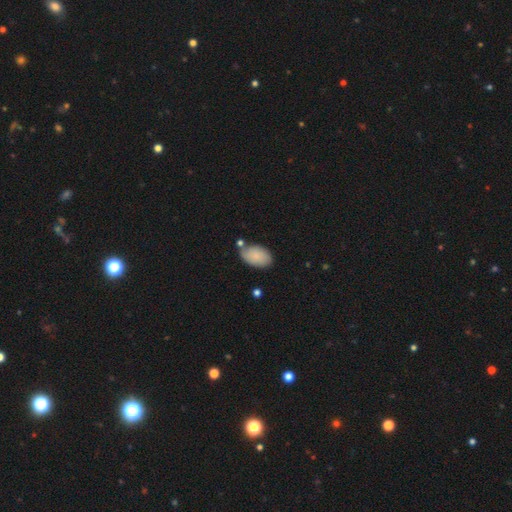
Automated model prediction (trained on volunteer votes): Smooth or featured?
  - smooth: 83% *
  - featured or disk: 11%
  - star or artifact: 6%
How rounded?
  - in between: 93% *
  - round: 6%
  - cigar-shaped: 1%
Merging?
  - none: 66% *
  - minor disturbance: 20%
  - merger: 10%
  - major disturbance: 5%